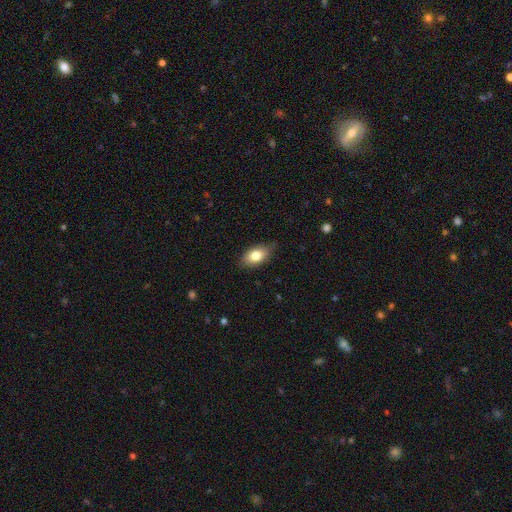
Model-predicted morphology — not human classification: smooth-or-featured: smooth: 80% | featured or disk: 12% | star or artifact: 7%
  how-rounded: in between: 90% | round: 7% | cigar-shaped: 3%
  merging: none: 79% | minor disturbance: 17% | major disturbance: 3% | merger: 1%